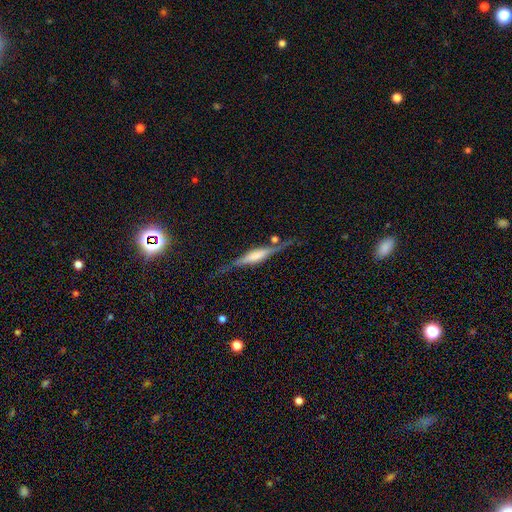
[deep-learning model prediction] Q: Smooth or featured?
A: featured or disk (74%); runner-up: smooth (20%)
Q: Edge-on disk?
A: yes (97%); runner-up: no (3%)
Q: Edge-on bulge?
A: rounded (52%); runner-up: boxy (39%)
Q: Merging?
A: none (77%); runner-up: minor disturbance (14%)